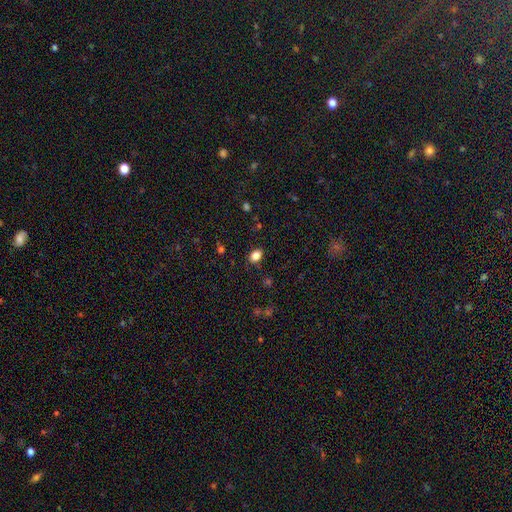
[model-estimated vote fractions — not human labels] A smooth galaxy with no disk features (84%) that is in between round and cigar-shaped (73%). Merging: none (85%).